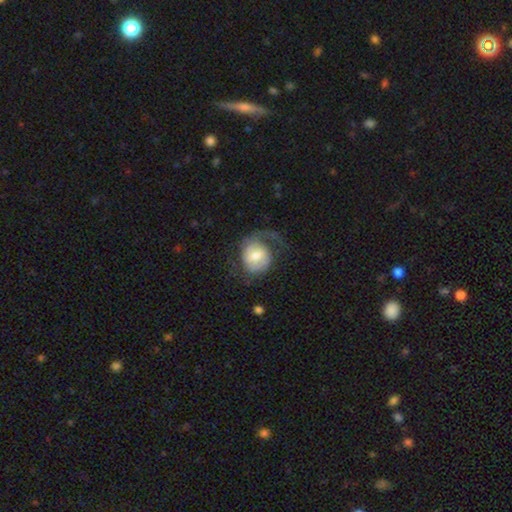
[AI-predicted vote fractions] Smooth or featured?
  - featured or disk: 59% *
  - smooth: 34%
  - star or artifact: 6%
Edge-on disk?
  - no: 97% *
  - yes: 3%
Bar?
  - weak: 46% *
  - no: 41%
  - strong: 13%
Spiral arms?
  - yes: 81% *
  - no: 19%
Bulge size?
  - moderate: 60% *
  - small: 28%
  - large: 8%
  - none: 2%
  - dominant: 1%
Merging?
  - none: 45% *
  - major disturbance: 34%
  - minor disturbance: 19%
  - merger: 2%